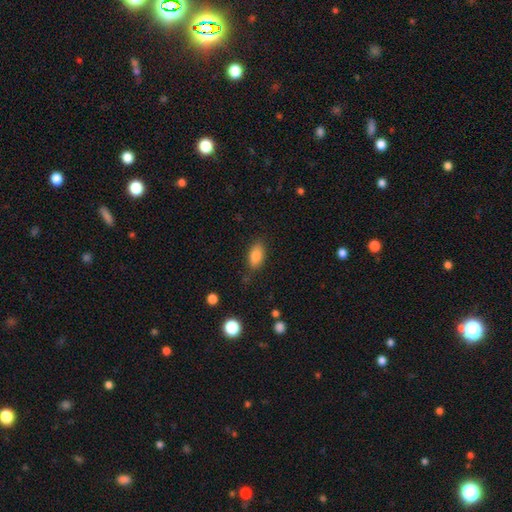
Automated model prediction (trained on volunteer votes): A smooth galaxy with no disk features (84%) that is in between round and cigar-shaped (89%). Merging: none (79%).